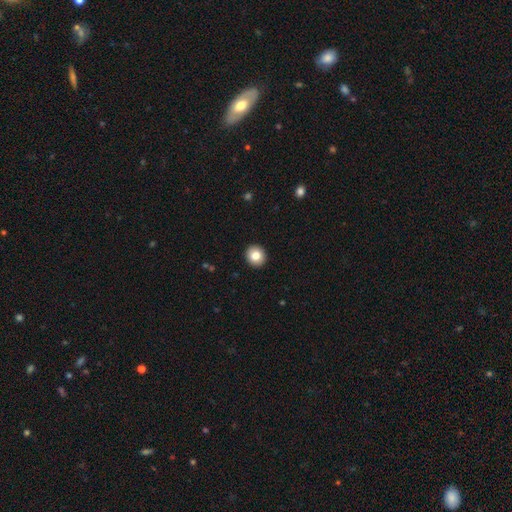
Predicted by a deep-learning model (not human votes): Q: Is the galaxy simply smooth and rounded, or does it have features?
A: smooth — 82%.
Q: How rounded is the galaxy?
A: round — 89%.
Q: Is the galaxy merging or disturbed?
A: none — 93%.